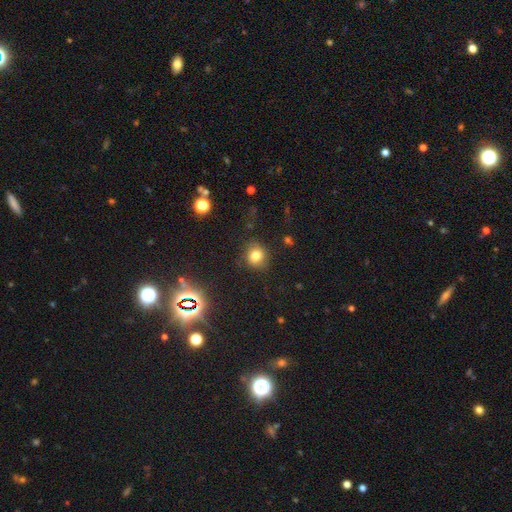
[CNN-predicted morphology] This appears to be a smooth galaxy with no disk features (77%) that is round (79%). Merging: none (83%).